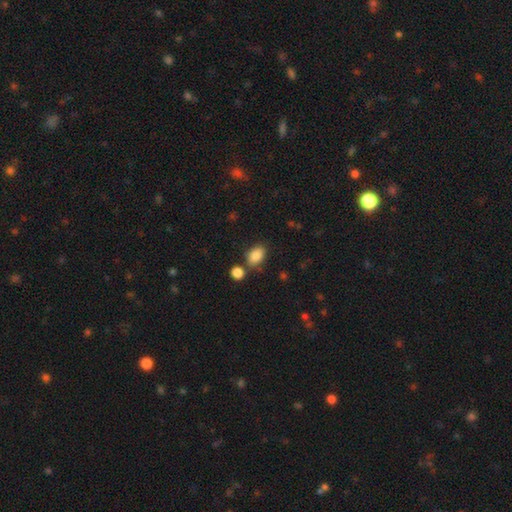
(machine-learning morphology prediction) Overall: smooth (86%). How rounded: in between (83%). Merging: none (70%).